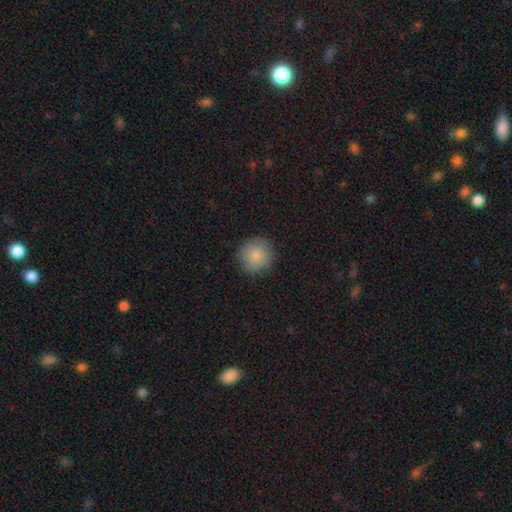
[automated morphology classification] Smooth or featured: smooth — 86% (star or artifact — 8%)
How rounded: round — 93% (in between — 6%)
Merging: none — 88% (minor disturbance — 9%)